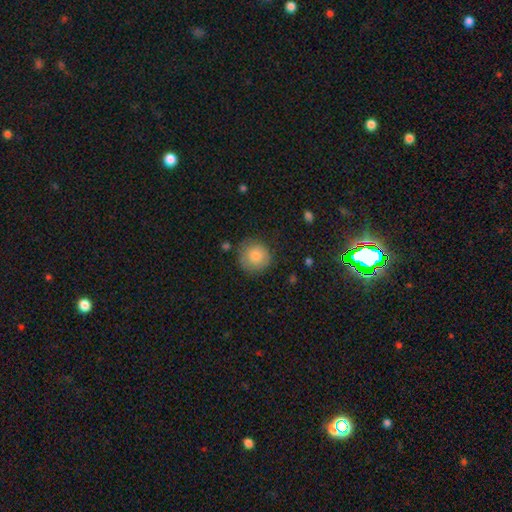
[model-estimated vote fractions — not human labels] Smooth or featured? Predicted: smooth (p=0.83). How rounded? Predicted: round (p=0.93). Merging? Predicted: none (p=0.78).